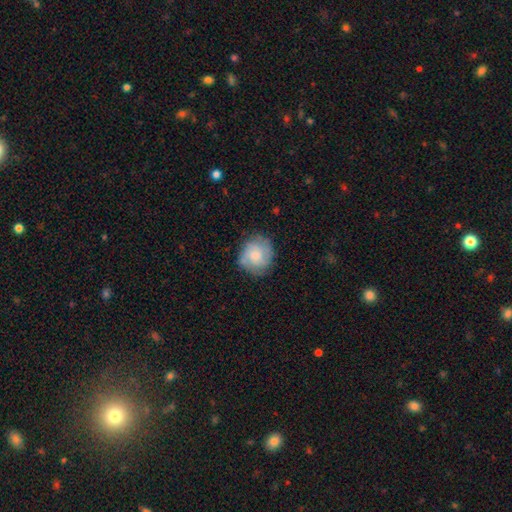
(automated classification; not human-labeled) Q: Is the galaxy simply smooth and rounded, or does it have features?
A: smooth — 53%.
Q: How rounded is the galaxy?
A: round — 84%.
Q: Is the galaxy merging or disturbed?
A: none — 74%.